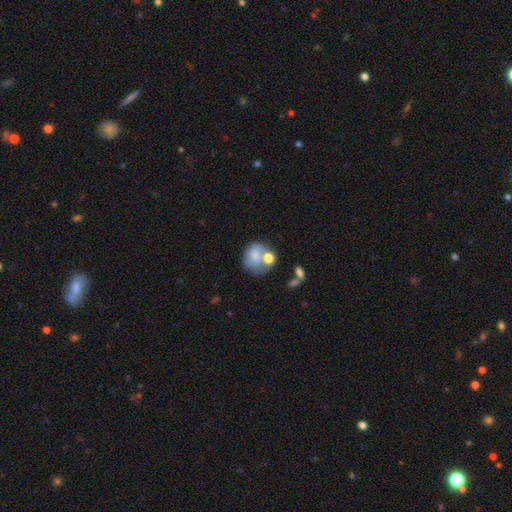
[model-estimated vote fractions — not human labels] Smooth or featured: smooth — 67% (featured or disk — 23%)
How rounded: round — 68% (in between — 31%)
Merging: none — 38% (merger — 27%)